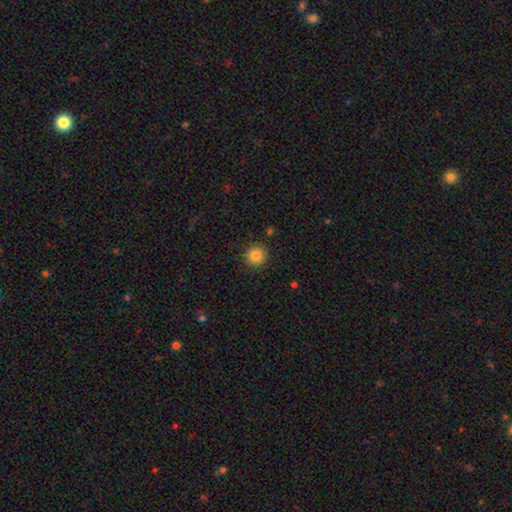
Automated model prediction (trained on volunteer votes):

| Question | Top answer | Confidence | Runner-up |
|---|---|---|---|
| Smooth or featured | smooth | 85% | star or artifact (10%) |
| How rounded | round | 93% | in between (6%) |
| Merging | none | 90% | minor disturbance (7%) |